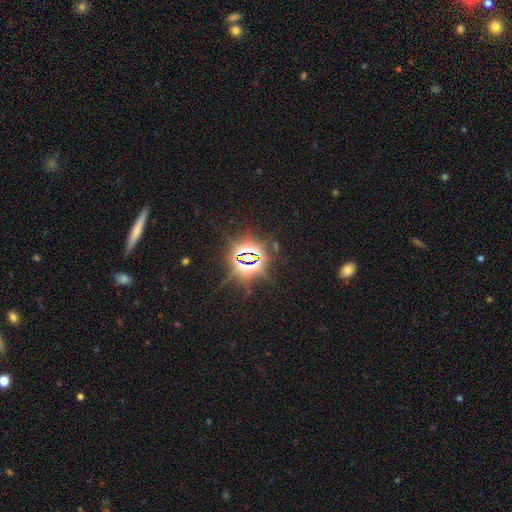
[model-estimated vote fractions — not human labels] Q: Smooth or featured?
A: star or artifact (84%); runner-up: smooth (9%)